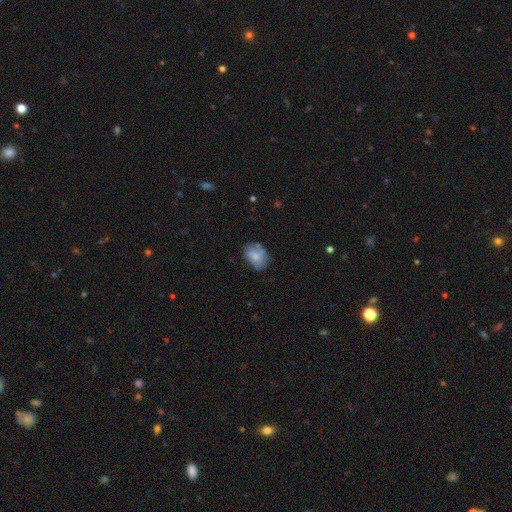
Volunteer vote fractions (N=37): smooth 68%, featured or disk 27%, star or artifact 5%. Down the decision tree: how rounded — in between (84%); merging — none (54%).